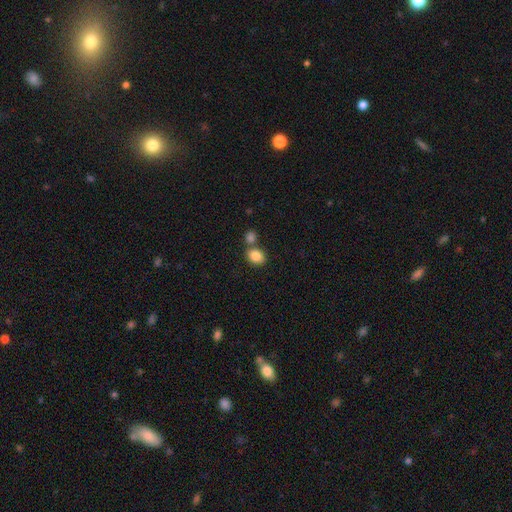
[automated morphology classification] This is clearly a smooth galaxy (86%). How rounded: possibly in between (52%). Merging: possibly none (57%).